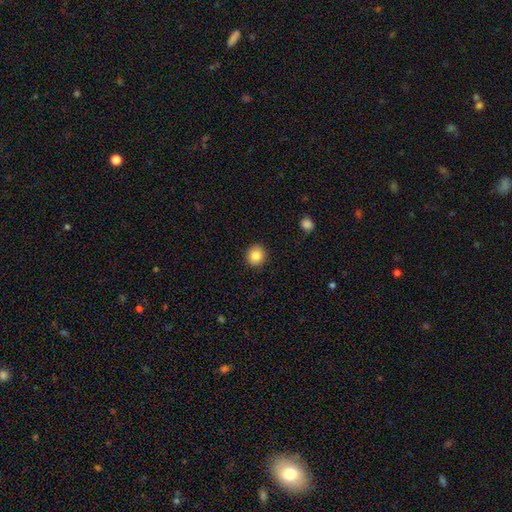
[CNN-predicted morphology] Smooth or featured: smooth — 84% (star or artifact — 9%)
How rounded: round — 85% (in between — 15%)
Merging: none — 90% (minor disturbance — 7%)